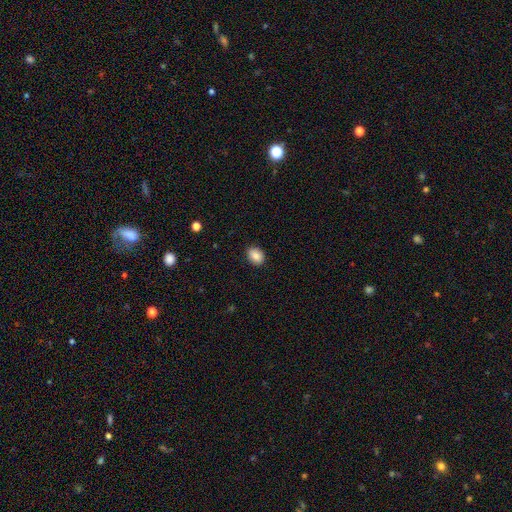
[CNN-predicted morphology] Smooth or featured?
  - smooth: 86% *
  - star or artifact: 8%
  - featured or disk: 6%
How rounded?
  - in between: 64% *
  - round: 35%
  - cigar-shaped: 1%
Merging?
  - none: 90% *
  - minor disturbance: 8%
  - major disturbance: 2%
  - merger: 1%